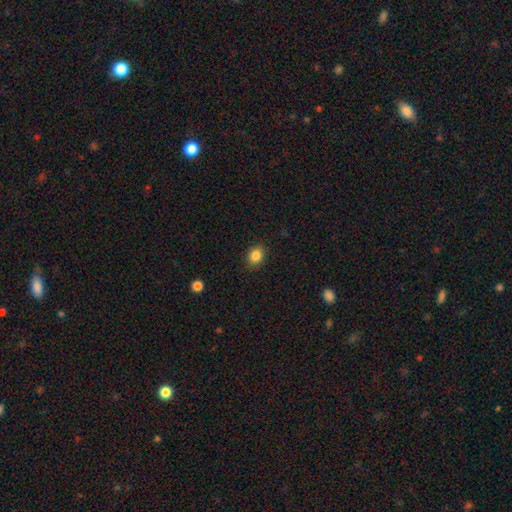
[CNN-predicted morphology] This is clearly a smooth galaxy (85%). How rounded: possibly round (57%). Merging: clearly none (88%).